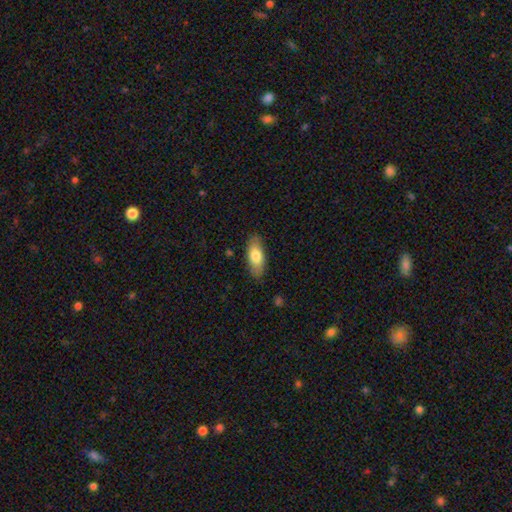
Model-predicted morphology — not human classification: smooth-or-featured: smooth: 77% | featured or disk: 17% | star or artifact: 6%
  how-rounded: in between: 82% | cigar-shaped: 15% | round: 2%
  merging: none: 84% | minor disturbance: 12% | major disturbance: 3% | merger: 1%